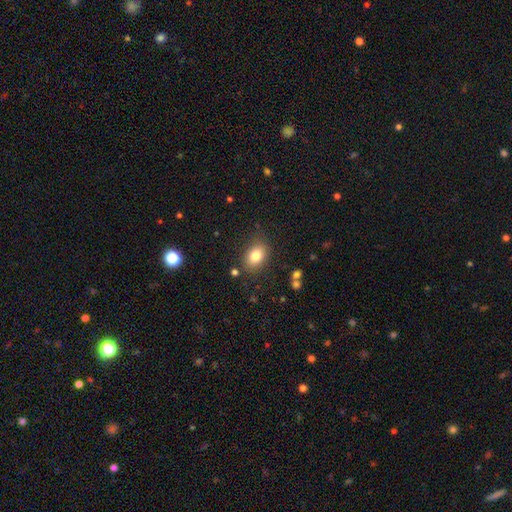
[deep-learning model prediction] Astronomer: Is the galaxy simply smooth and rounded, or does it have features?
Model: smooth — 81%.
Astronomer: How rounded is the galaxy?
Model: in between — 77%.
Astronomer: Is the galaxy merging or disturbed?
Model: none — 82%.